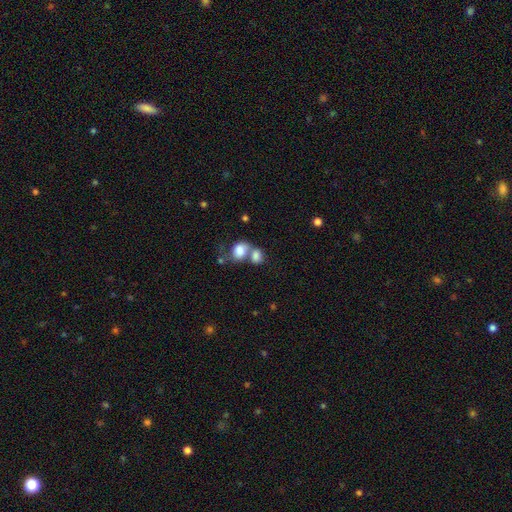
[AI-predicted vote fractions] smooth_or_featured: smooth (p=0.78) [alt: featured or disk p=0.13]
how_rounded: in between (p=0.60) [alt: round p=0.38]
merging: merger (p=0.66) [alt: none p=0.20]